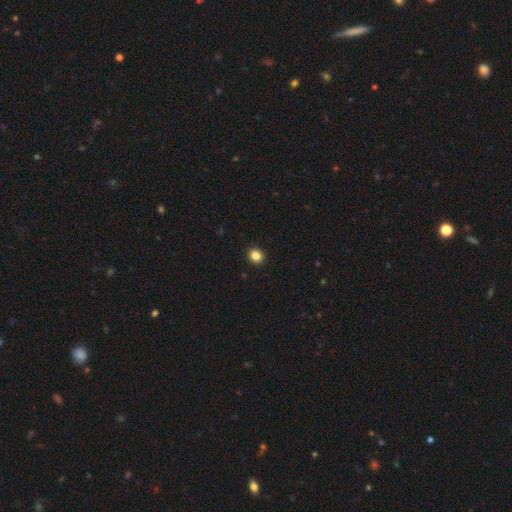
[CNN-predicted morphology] type=smooth (85%); roundness=round (78%); merging=none (93%).